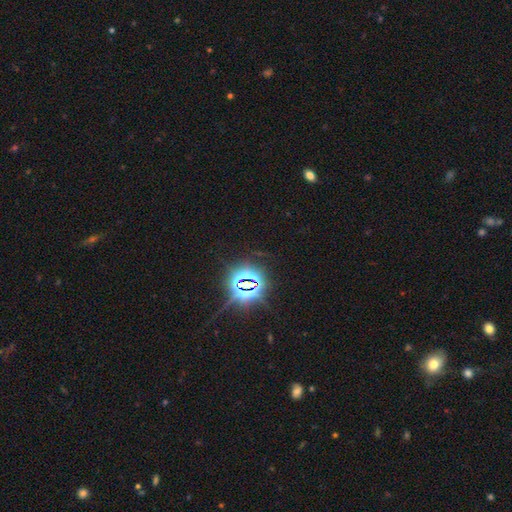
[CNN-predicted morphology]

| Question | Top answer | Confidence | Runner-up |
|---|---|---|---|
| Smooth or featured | star or artifact | 83% | smooth (11%) |